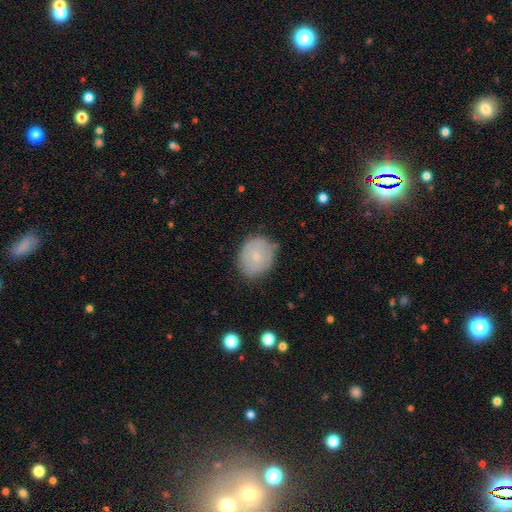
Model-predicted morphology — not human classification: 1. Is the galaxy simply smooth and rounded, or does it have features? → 65% smooth, 28% featured or disk, 7% star or artifact.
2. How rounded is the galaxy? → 54% round, 45% in between, 1% cigar-shaped.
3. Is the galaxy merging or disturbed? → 75% none, 19% minor disturbance, 4% major disturbance, 1% merger.